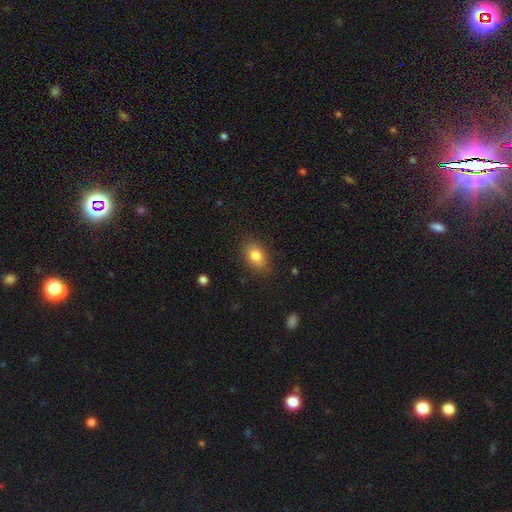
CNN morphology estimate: smooth 81%, featured or disk 10%, star or artifact 9%. Down the decision tree: how rounded — in between (82%); merging — none (81%).